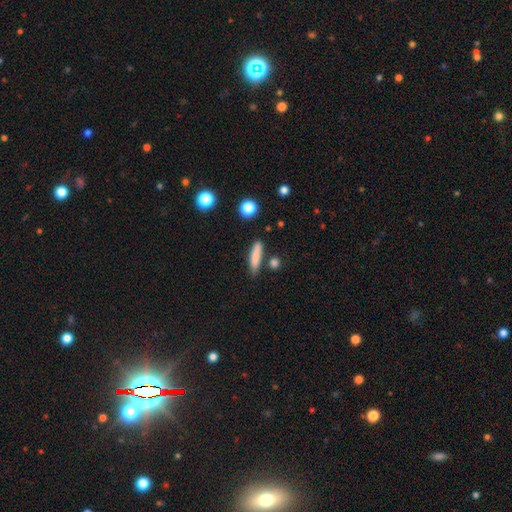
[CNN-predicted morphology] Overall: smooth (82%). How rounded: cigar-shaped (81%). Merging: none (77%).